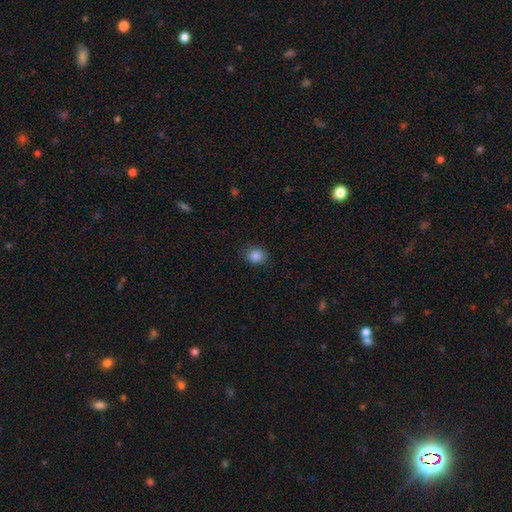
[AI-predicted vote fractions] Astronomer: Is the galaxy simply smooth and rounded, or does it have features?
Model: smooth — 86%.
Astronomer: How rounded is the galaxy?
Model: round — 64%.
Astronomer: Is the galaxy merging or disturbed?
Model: none — 85%.